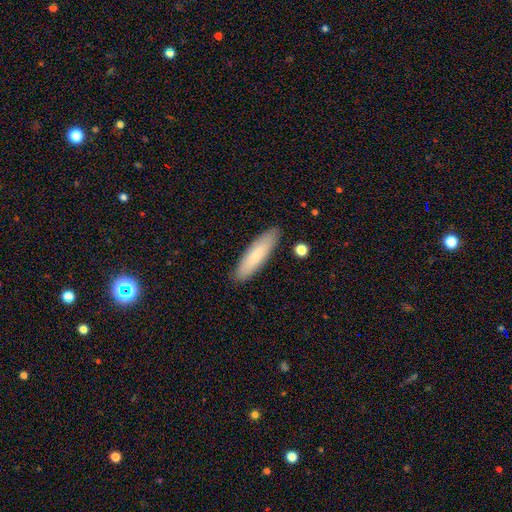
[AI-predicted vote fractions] smooth 80%, featured or disk 14%, star or artifact 6%. Down the decision tree: how rounded — cigar-shaped (72%); merging — none (89%).